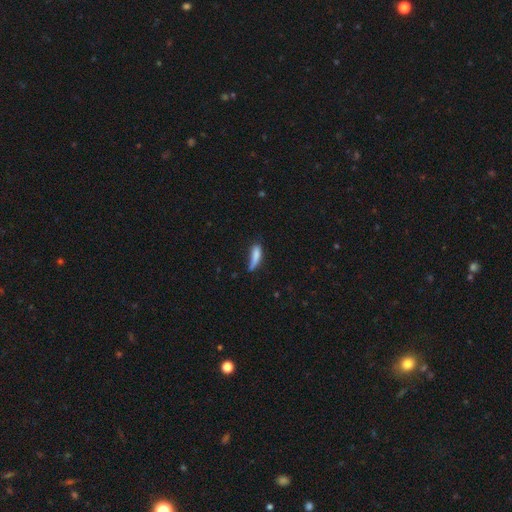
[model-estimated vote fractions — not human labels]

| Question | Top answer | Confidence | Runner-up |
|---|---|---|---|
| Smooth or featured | smooth | 77% | featured or disk (15%) |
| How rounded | cigar-shaped | 62% | in between (36%) |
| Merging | none | 41% | minor disturbance (33%) |